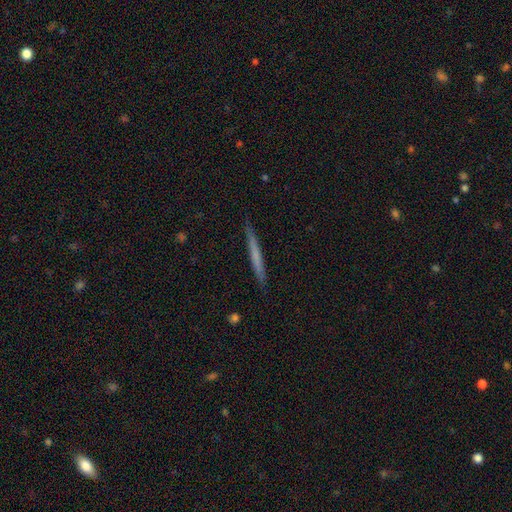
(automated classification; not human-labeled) A smooth galaxy with no disk features (56%) that is cigar-shaped (97%).

Vote fractions:
- Smooth or featured? smooth: 56% / featured or disk: 39% / star or artifact: 6%
- How rounded? cigar-shaped: 97% / in between: 2% / round: 1%
- Merging? none: 90% / minor disturbance: 8% / major disturbance: 1% / merger: 1%